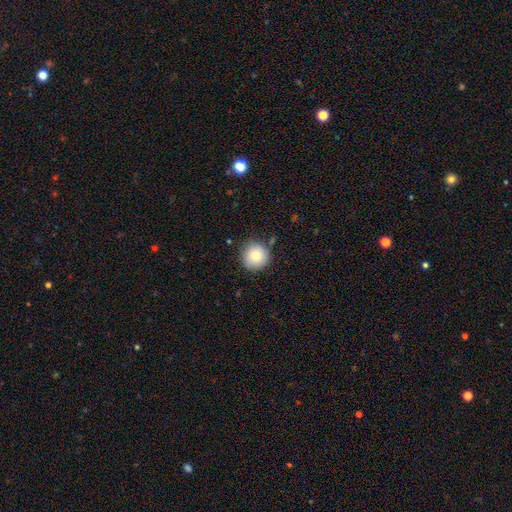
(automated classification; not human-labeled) Morphology: type=smooth (82%); roundness=round (95%); merging=none (82%).